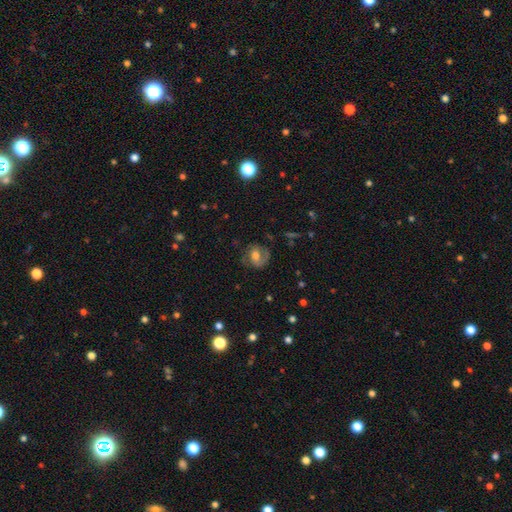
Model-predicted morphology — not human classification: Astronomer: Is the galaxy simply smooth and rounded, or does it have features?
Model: featured or disk — 58% (runner-up: smooth, 33%).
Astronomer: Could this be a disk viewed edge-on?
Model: no — 97%.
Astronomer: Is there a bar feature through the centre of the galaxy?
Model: no — 48% (runner-up: weak, 39%).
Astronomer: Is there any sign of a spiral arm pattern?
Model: yes — 83%.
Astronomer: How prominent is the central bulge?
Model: moderate — 49% (runner-up: large, 25%).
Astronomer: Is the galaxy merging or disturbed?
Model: none — 63%.